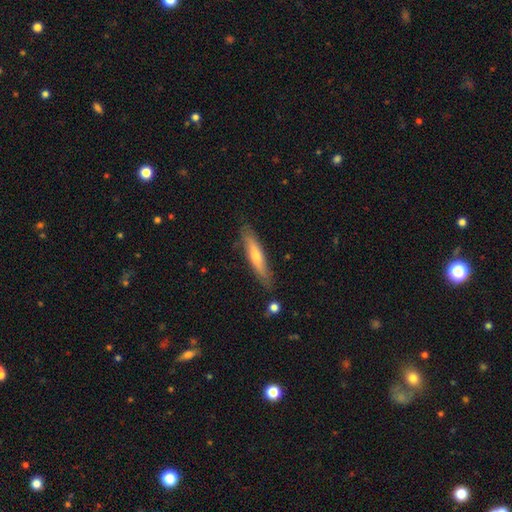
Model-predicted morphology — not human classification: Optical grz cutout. It shows a featured or disk galaxy (48%). Merging: none (83%).